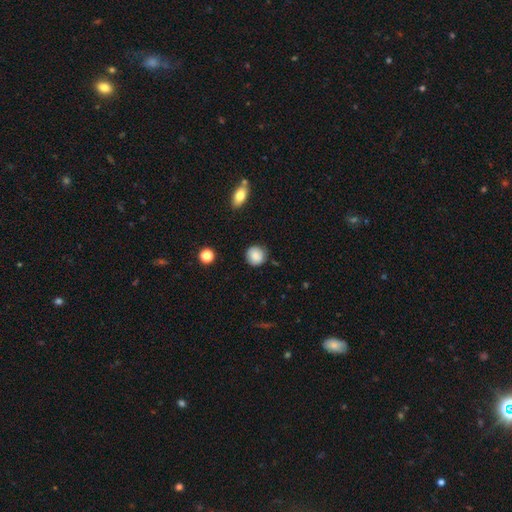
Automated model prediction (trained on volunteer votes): Smooth or featured: smooth — 85% (star or artifact — 9%)
How rounded: round — 91% (in between — 8%)
Merging: none — 85% (minor disturbance — 11%)